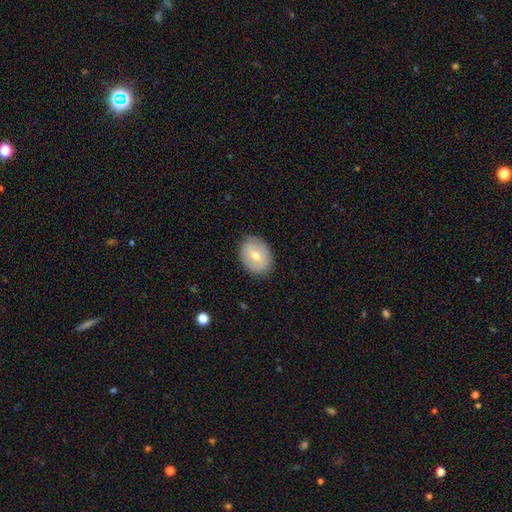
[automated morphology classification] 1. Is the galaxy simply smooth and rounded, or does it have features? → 58% smooth, 34% featured or disk, 8% star or artifact.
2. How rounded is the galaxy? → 62% in between, 37% round, 1% cigar-shaped.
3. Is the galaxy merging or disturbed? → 85% none, 11% minor disturbance, 3% major disturbance, 1% merger.